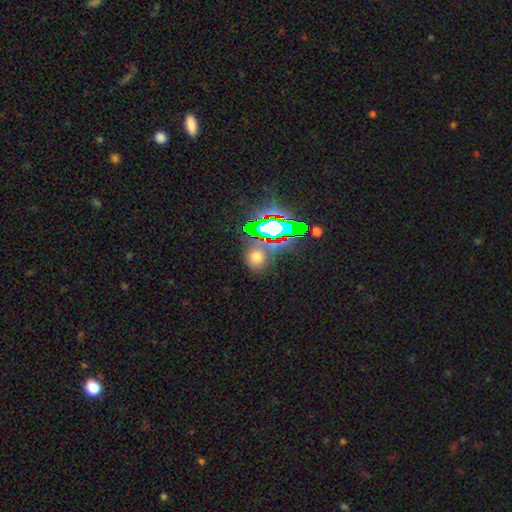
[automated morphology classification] The model was most divided on "smooth or featured": smooth: 52%, star or artifact: 38%, featured or disk: 10%. More confident: merging — none (77%); how rounded — round (74%).